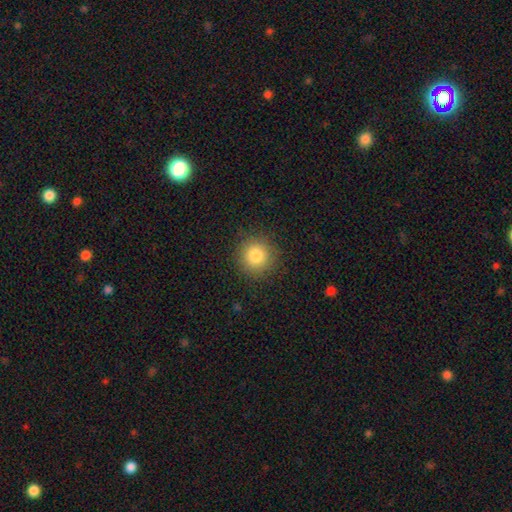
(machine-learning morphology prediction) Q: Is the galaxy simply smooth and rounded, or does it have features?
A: smooth — 83%.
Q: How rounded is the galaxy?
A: round — 93%.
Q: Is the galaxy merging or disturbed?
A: none — 90%.